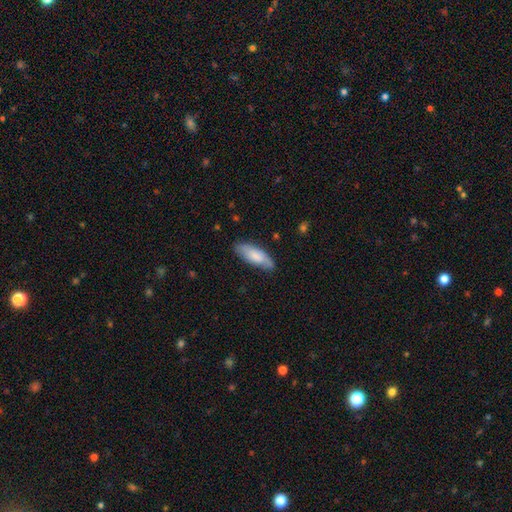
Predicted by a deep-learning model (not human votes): A smooth galaxy with no disk features (73%) that is in between round and cigar-shaped (70%). Merging: none (76%).